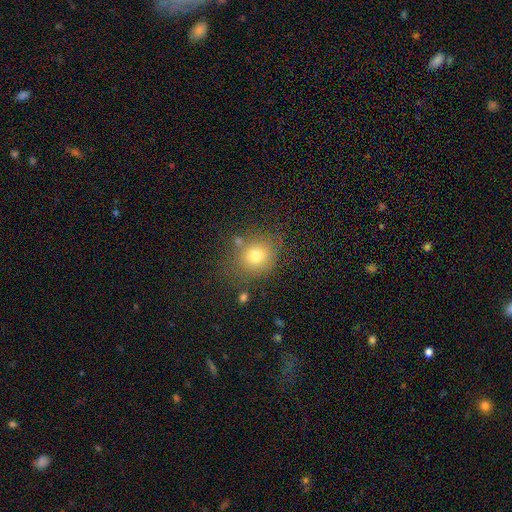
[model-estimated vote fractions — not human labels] Smooth or featured? smooth (75%)
How rounded? round (75%)
Merging? none (72%)